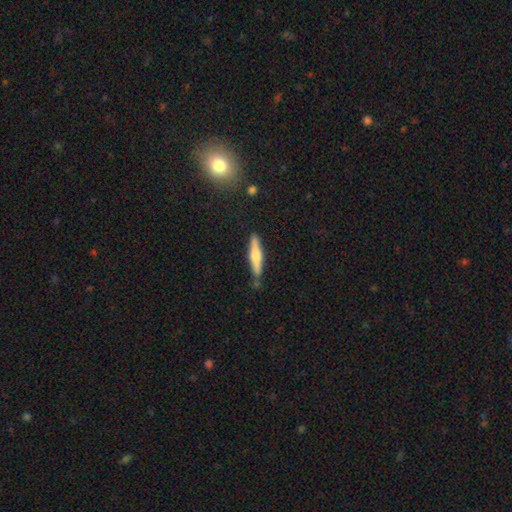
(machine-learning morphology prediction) This is possibly a smooth galaxy (50%). How rounded: clearly cigar-shaped (86%). Merging: clearly none (80%).